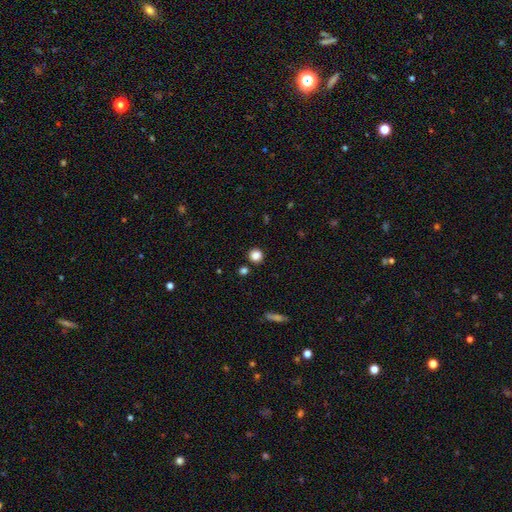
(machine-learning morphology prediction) This appears to be a smooth galaxy with no disk features (85%) that is round (92%). Merging: none (88%).